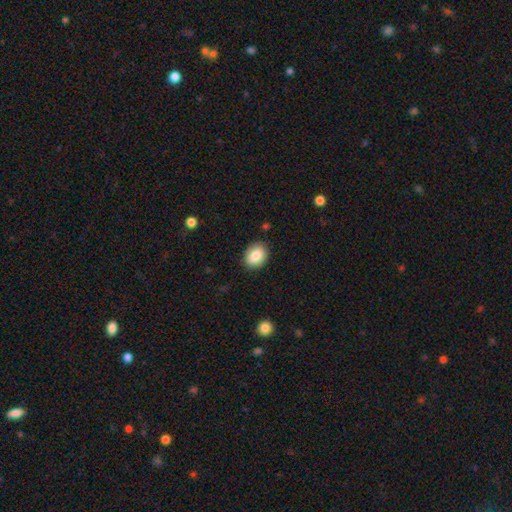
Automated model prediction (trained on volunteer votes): This is clearly a smooth galaxy (85%). How rounded: likely in between (63%). Merging: clearly none (87%).